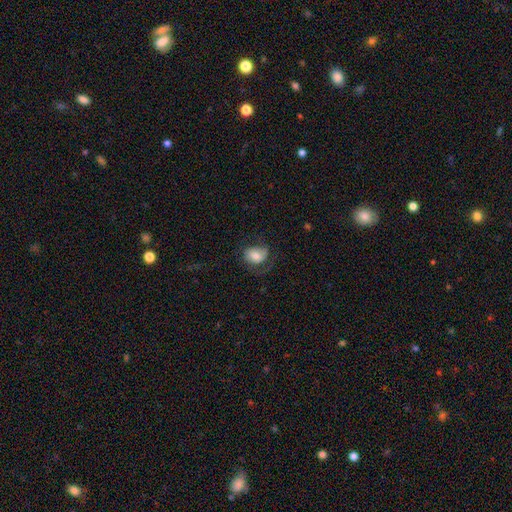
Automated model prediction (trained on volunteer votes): Smooth or featured?
  - smooth: 63% *
  - featured or disk: 29%
  - star or artifact: 8%
How rounded?
  - in between: 67% *
  - round: 32%
  - cigar-shaped: 1%
Merging?
  - none: 52% *
  - major disturbance: 24%
  - minor disturbance: 22%
  - merger: 1%